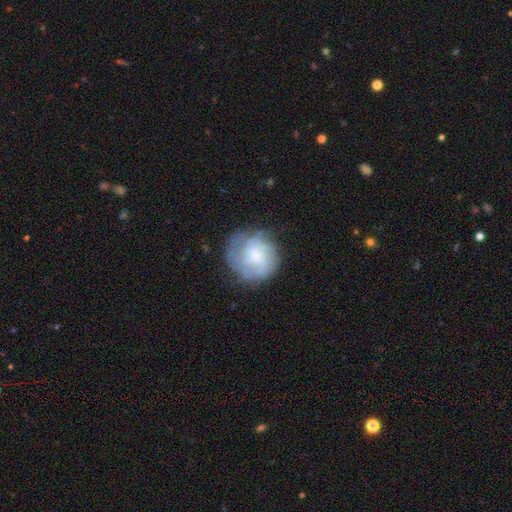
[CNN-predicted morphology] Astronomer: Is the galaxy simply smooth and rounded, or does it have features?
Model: featured or disk — 50% (runner-up: smooth, 42%).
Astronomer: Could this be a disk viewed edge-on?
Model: no — 98%.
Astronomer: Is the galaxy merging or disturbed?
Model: none — 66%.